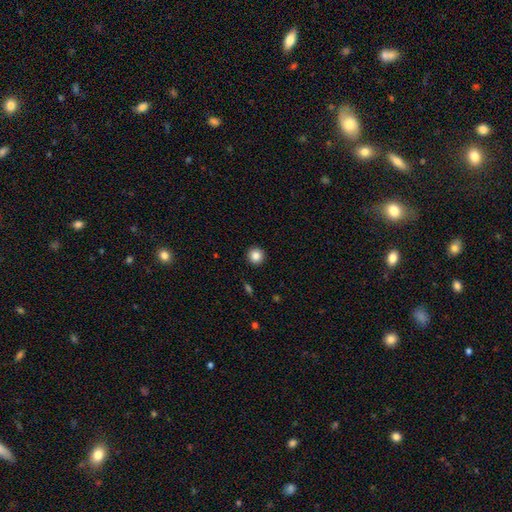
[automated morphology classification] The model was most divided on "smooth or featured": smooth: 85%, star or artifact: 10%, featured or disk: 5%. More confident: how rounded — round (96%); merging — none (93%).